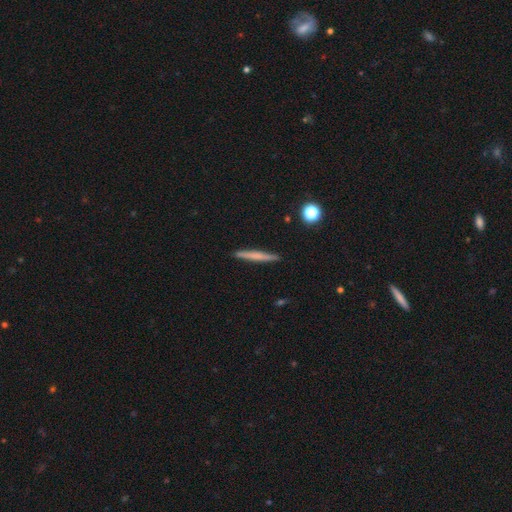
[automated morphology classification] type=smooth (55%); roundness=cigar-shaped (96%); merging=none (91%).